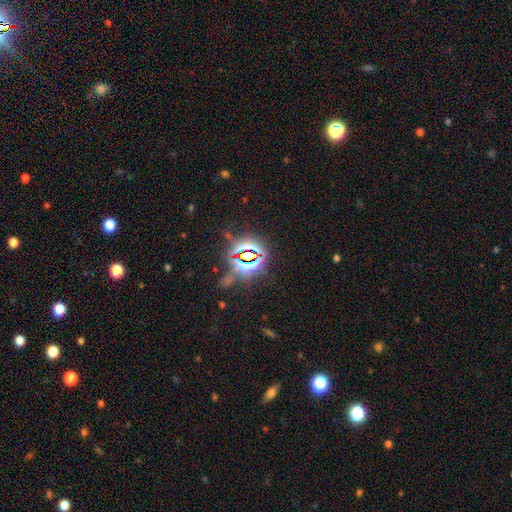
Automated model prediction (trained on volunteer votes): Smooth or featured: star or artifact — 81% (smooth — 11%)